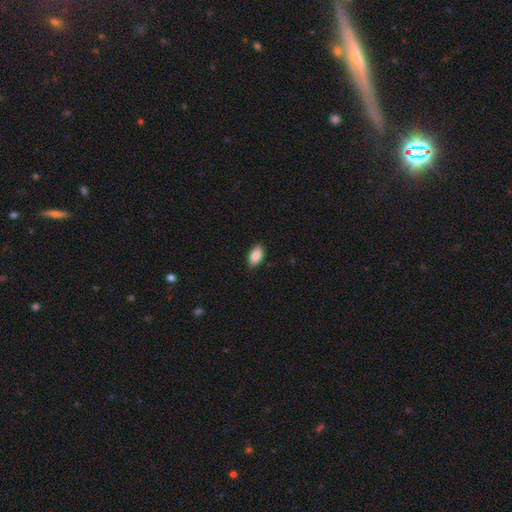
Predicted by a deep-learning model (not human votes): smooth-or-featured: smooth: 87% | star or artifact: 7% | featured or disk: 6%
  how-rounded: in between: 93% | round: 3% | cigar-shaped: 3%
  merging: none: 89% | minor disturbance: 9% | major disturbance: 2% | merger: 1%